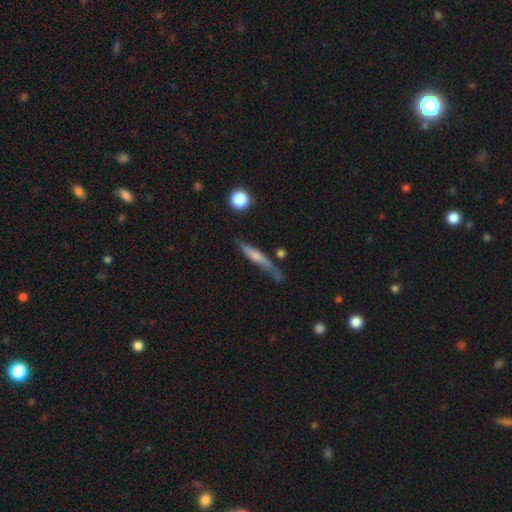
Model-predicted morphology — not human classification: smooth_or_featured: smooth (p=0.48) [alt: featured or disk p=0.44]
merging: none (p=0.65) [alt: minor disturbance p=0.23]